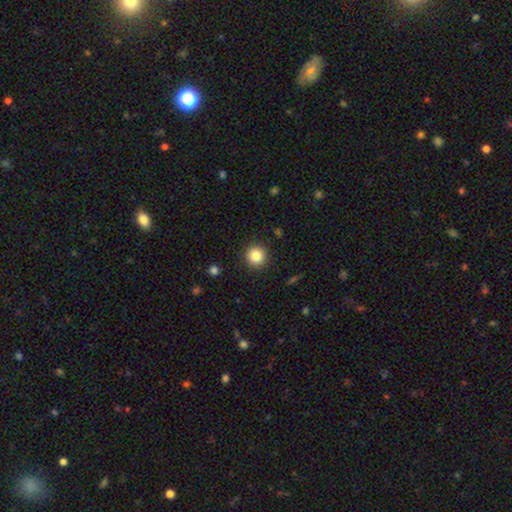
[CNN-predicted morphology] A smooth galaxy with no disk features (84%) that is round (95%).

Vote fractions:
- Smooth or featured? smooth: 84% / star or artifact: 10% / featured or disk: 6%
- How rounded? round: 95% / in between: 5% / cigar-shaped: 1%
- Merging? none: 91% / minor disturbance: 6% / major disturbance: 2% / merger: 1%